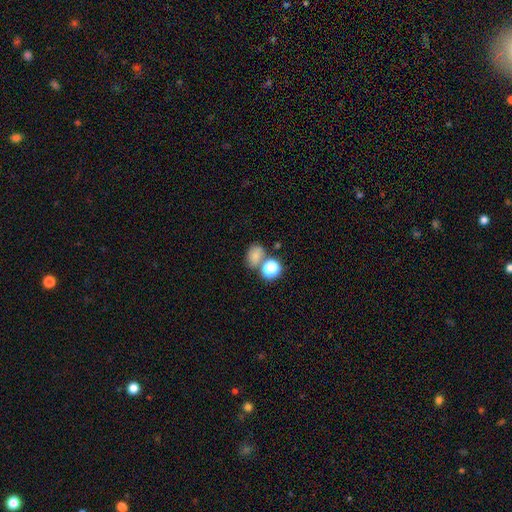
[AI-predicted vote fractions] This appears to be a smooth galaxy with no disk features (71%) that is in between round and cigar-shaped (58%). Merging: none (56%).